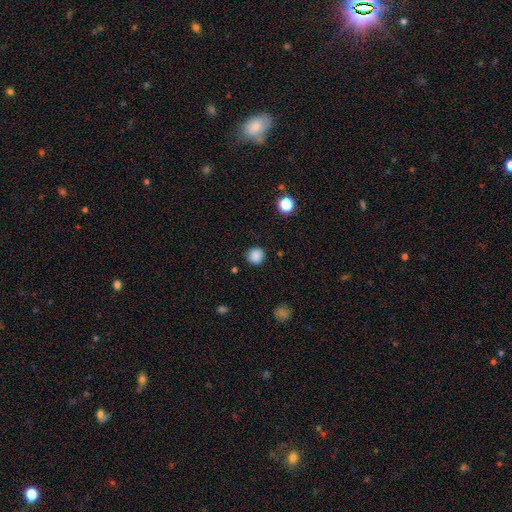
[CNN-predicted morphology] A smooth galaxy with no disk features (86%) that is round (92%). Merging: none (88%).